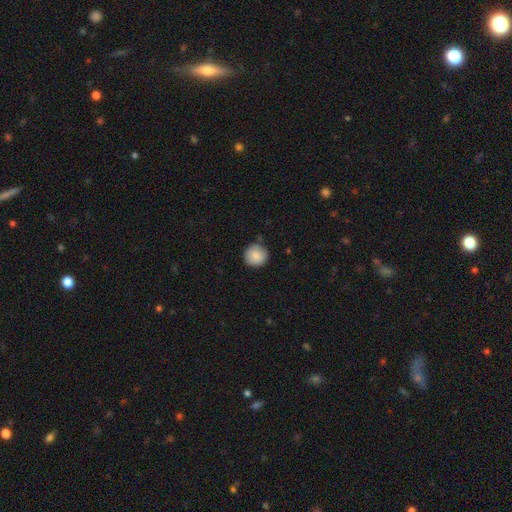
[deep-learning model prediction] This is clearly a smooth galaxy (87%). How rounded: clearly round (92%). Merging: clearly none (84%).